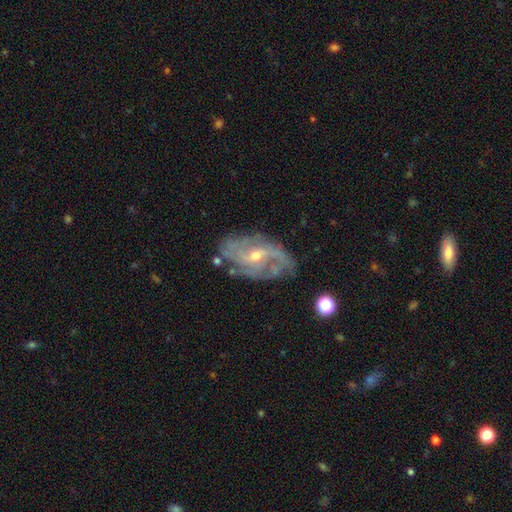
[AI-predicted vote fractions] A featured or disk galaxy (87%) with no bar (47%), 2 (31%) medium (44%) spiral arms (95%) and a small central bulge (61%).

Vote fractions:
- Smooth or featured? featured or disk: 87% / smooth: 7% / star or artifact: 6%
- Edge-on disk? no: 95% / yes: 5%
- Bar? no: 47% / weak: 41% / strong: 11%
- Spiral arms? yes: 95% / no: 5%
- Spiral winding? medium: 44% / tight: 34% / loose: 22%
- Spiral arm count? 2: 31% / can't tell: 25% / 3: 21% / 4: 12% / more than 4: 6% / 1: 6%
- Bulge size? small: 61% / moderate: 36% / none: 1% / large: 1% / dominant: 1%
- Merging? none: 67% / minor disturbance: 21% / major disturbance: 9% / merger: 3%